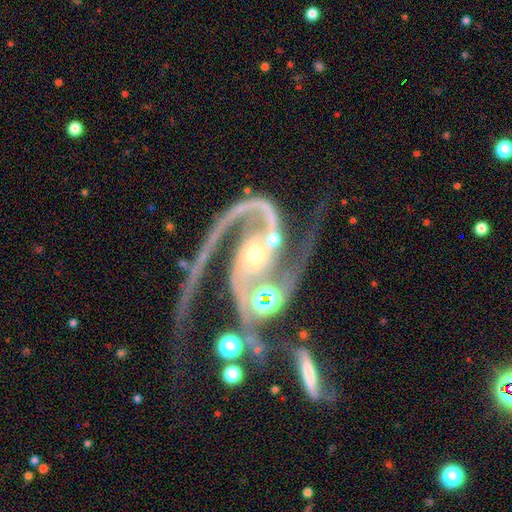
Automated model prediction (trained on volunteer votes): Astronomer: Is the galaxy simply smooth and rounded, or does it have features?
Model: featured or disk — 91%.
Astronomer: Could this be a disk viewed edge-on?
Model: no — 97%.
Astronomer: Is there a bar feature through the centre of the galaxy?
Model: no — 62%.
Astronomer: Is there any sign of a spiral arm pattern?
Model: yes — 98%.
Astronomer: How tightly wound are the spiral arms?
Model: medium — 52%.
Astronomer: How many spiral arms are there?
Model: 2 — 83%.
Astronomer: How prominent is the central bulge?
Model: small — 66%.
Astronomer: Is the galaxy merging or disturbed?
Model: major disturbance — 29% (runner-up: none, 28%).